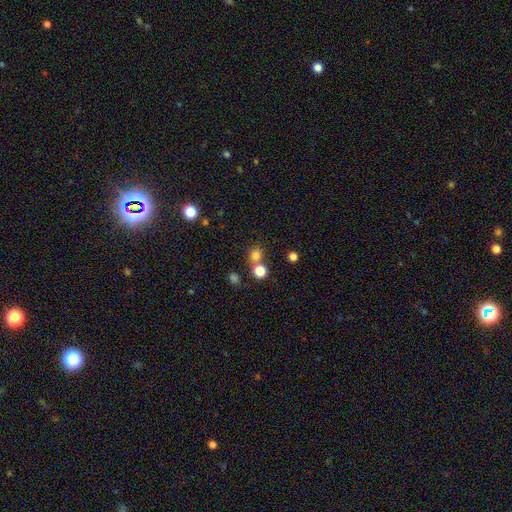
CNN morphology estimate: Smooth or featured? Predicted: smooth (p=0.77). How rounded? Predicted: round (p=0.86). Merging? Predicted: none (p=0.61).